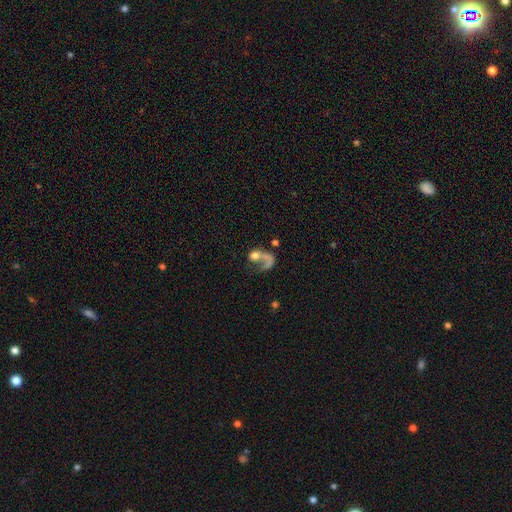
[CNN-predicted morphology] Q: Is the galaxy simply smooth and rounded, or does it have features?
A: featured or disk — 55%.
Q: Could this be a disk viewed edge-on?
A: no — 96%.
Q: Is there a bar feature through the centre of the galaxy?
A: no — 80%.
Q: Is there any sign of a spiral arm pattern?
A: yes — 61%.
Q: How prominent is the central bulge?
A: moderate — 33%.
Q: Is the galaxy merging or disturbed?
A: major disturbance — 45%.